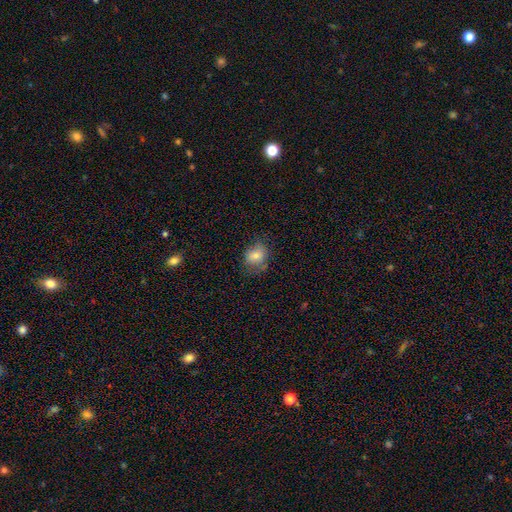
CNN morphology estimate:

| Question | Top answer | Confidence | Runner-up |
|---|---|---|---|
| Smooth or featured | smooth | 72% | featured or disk (17%) |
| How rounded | round | 52% | in between (47%) |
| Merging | none | 64% | minor disturbance (24%) |